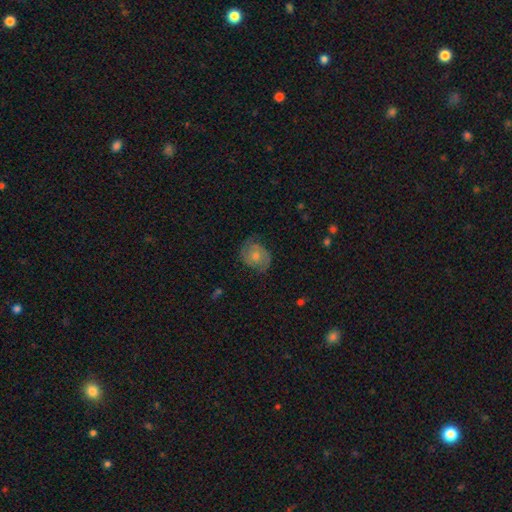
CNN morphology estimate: Overall: featured or disk (68%). Edge-on disk: no (97%). Bar: no (78%). Spiral arms: yes (90%). Spiral arm count: 2 (73%). Spiral winding: tight (50%; medium 37%). Bulge size: moderate (52%; small 42%). Merging: none (75%).